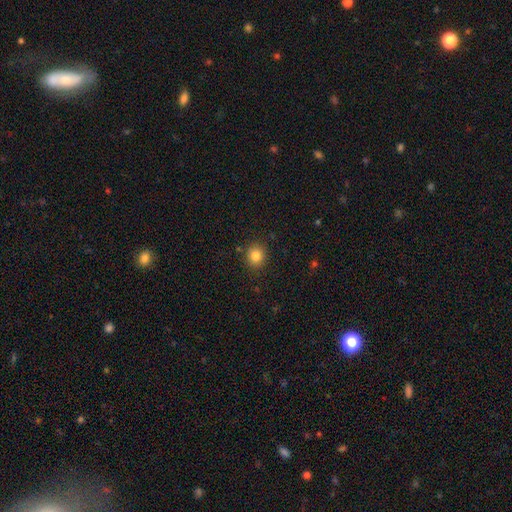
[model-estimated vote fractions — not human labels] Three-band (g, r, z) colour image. It shows a smooth galaxy with no disk features (84%) that is round (80%). Merging: none (87%).